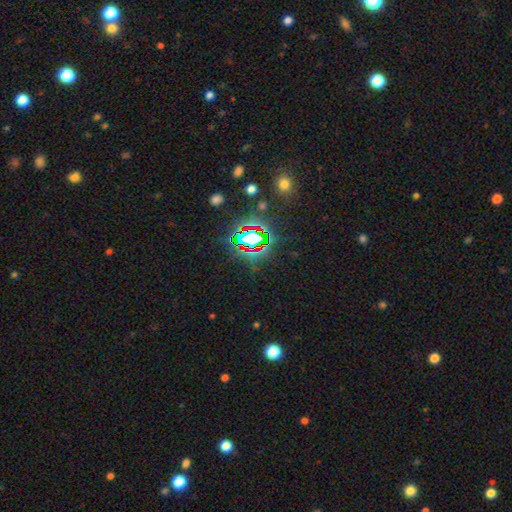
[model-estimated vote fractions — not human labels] smooth_or_featured: star or artifact (p=0.81) [alt: smooth p=0.11]